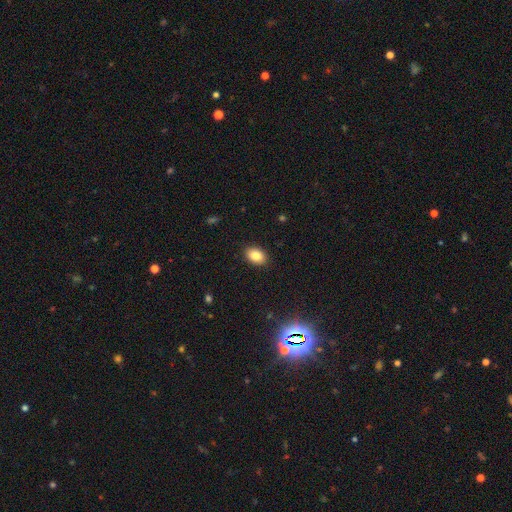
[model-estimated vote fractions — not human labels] Smooth or featured? Predicted: smooth (p=0.84). How rounded? Predicted: in between (p=0.83). Merging? Predicted: none (p=0.89).